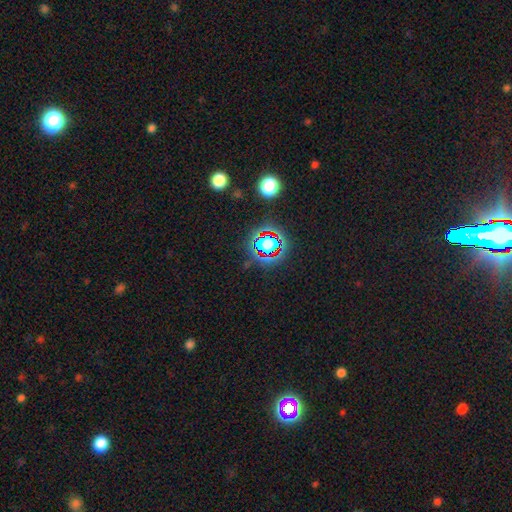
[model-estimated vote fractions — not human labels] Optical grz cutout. It shows a star or artifact, not a galaxy (78%).